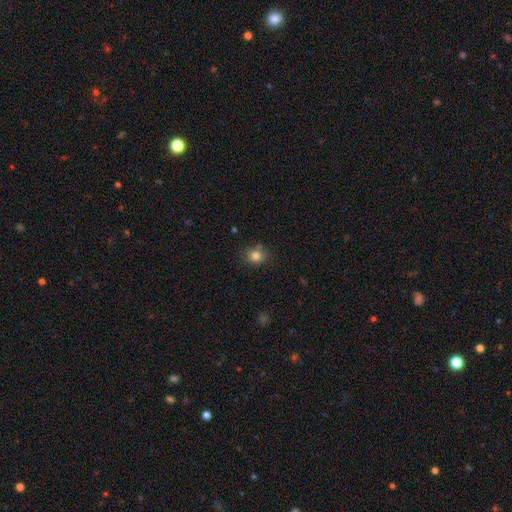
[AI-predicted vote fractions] A smooth galaxy with no disk features (81%) that is round (76%).

Vote fractions:
- Smooth or featured? smooth: 81% / star or artifact: 12% / featured or disk: 7%
- How rounded? round: 76% / in between: 23% / cigar-shaped: 1%
- Merging? none: 79% / minor disturbance: 13% / merger: 4% / major disturbance: 3%